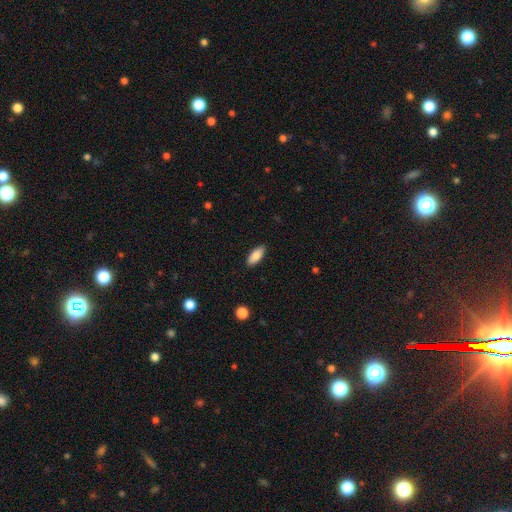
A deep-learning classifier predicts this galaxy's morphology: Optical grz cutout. It shows a smooth galaxy with no disk features (84%) that is in between round and cigar-shaped (83%). Merging: none (88%).